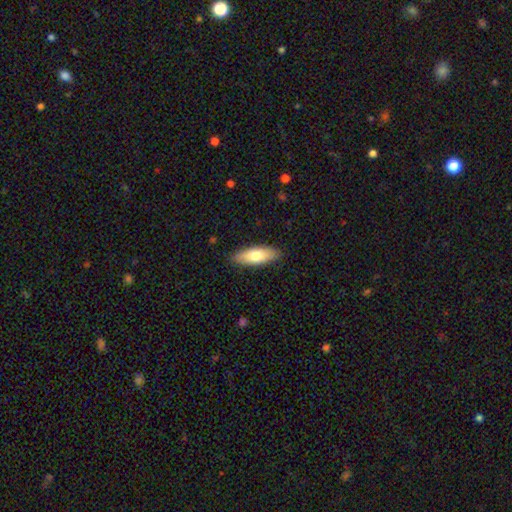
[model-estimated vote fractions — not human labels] Overall: smooth (72%). How rounded: in between (66%; cigar-shaped 32%). Merging: none (88%).